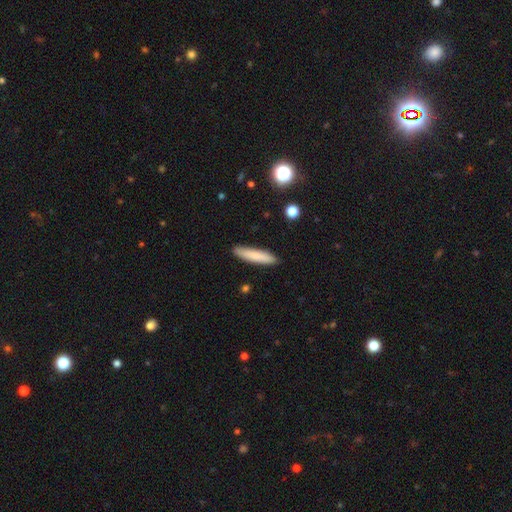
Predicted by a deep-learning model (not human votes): Q: Smooth or featured?
A: smooth (80%); runner-up: featured or disk (13%)
Q: How rounded?
A: cigar-shaped (85%); runner-up: in between (14%)
Q: Merging?
A: none (88%); runner-up: minor disturbance (9%)